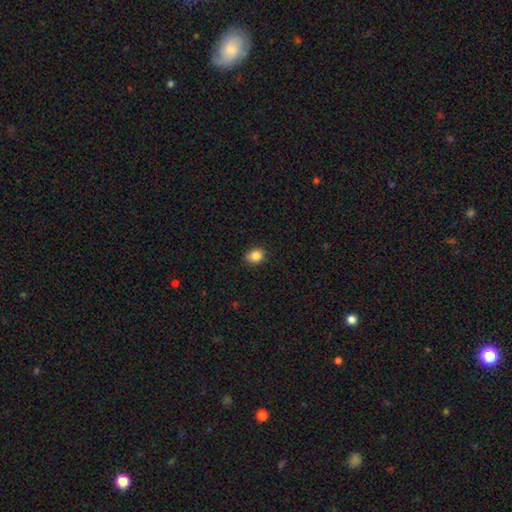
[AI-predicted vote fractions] This is clearly a smooth galaxy (85%). How rounded: possibly round (58%). Merging: clearly none (86%).